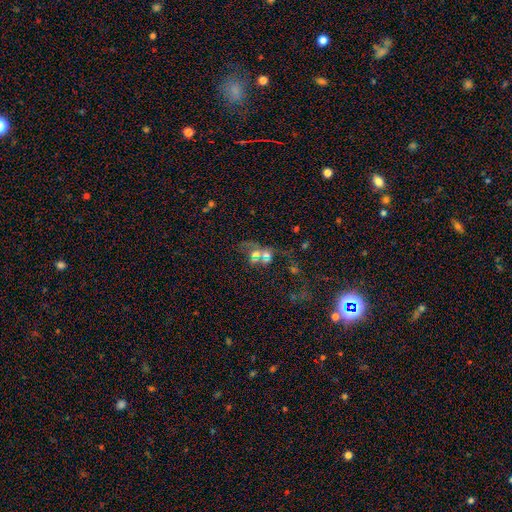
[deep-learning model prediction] Smooth or featured? smooth (40%)
Merging? merger (48%)